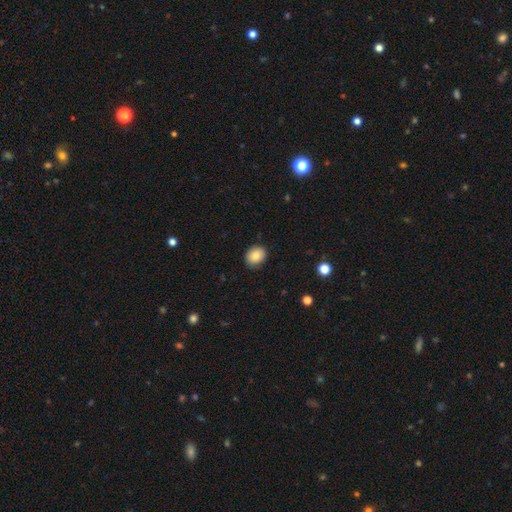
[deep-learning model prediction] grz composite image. It shows a smooth galaxy with no disk features (84%) that is round (51%). Merging: none (87%).